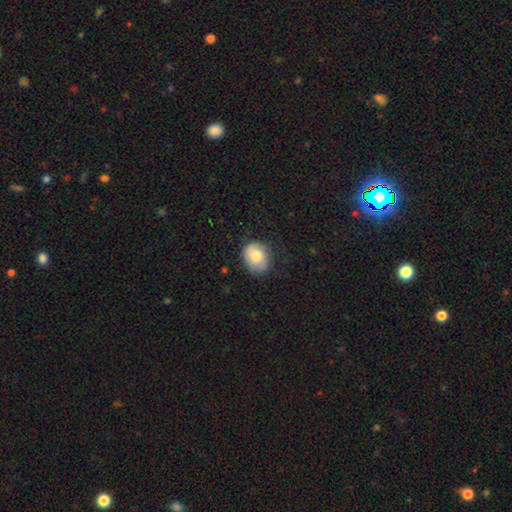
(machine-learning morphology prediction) A smooth galaxy with no disk features (79%) that is round (56%).

Vote fractions:
- Smooth or featured? smooth: 79% / featured or disk: 13% / star or artifact: 7%
- How rounded? round: 56% / in between: 43% / cigar-shaped: 1%
- Merging? none: 73% / minor disturbance: 21% / major disturbance: 5% / merger: 1%